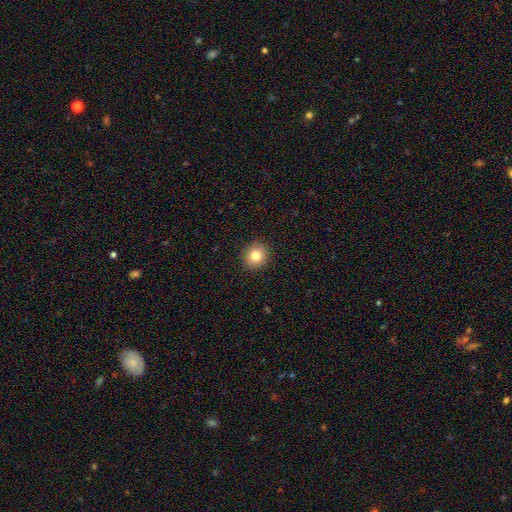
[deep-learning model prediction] This is clearly a smooth galaxy (81%). How rounded: clearly round (87%). Merging: clearly none (92%).